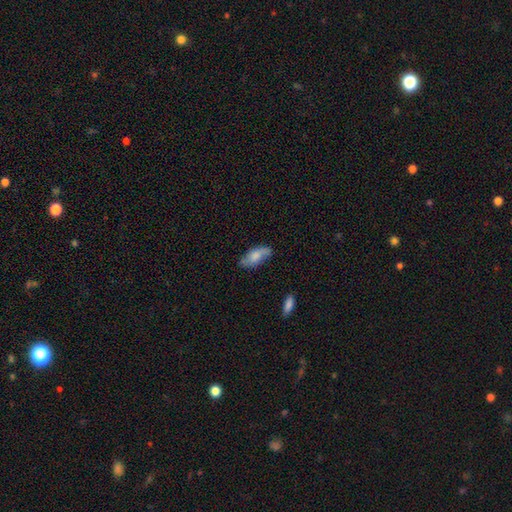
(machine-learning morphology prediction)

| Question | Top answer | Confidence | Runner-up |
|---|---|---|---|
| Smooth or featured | smooth | 66% | featured or disk (27%) |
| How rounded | in between | 85% | cigar-shaped (13%) |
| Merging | none | 69% | minor disturbance (23%) |